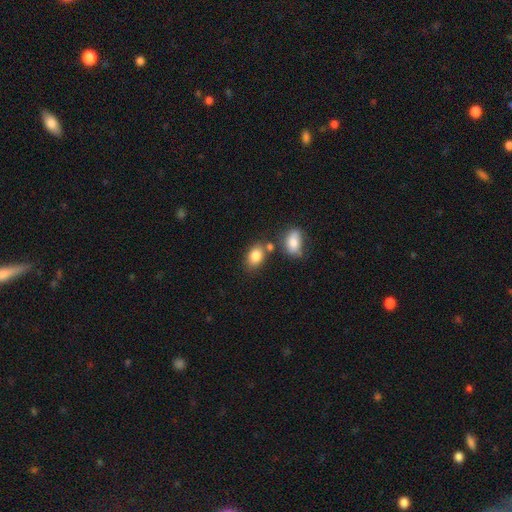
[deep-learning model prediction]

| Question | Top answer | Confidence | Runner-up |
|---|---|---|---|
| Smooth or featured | smooth | 83% | star or artifact (9%) |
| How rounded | in between | 80% | round (18%) |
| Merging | none | 61% | merger (21%) |